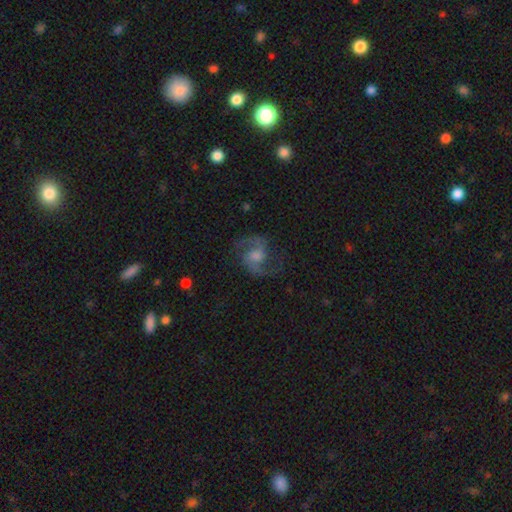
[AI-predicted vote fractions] Smooth or featured?
  - featured or disk: 84% *
  - smooth: 9%
  - star or artifact: 8%
Edge-on disk?
  - no: 98% *
  - yes: 2%
Bar?
  - weak: 46% *
  - no: 43%
  - strong: 11%
Spiral arms?
  - yes: 96% *
  - no: 4%
Spiral winding?
  - medium: 56% *
  - loose: 33%
  - tight: 11%
Spiral arm count?
  - 2: 92% *
  - can't tell: 3%
  - 1: 2%
  - 3: 1%
  - 4: 1%
  - more than 4: 1%
Bulge size?
  - moderate: 43% *
  - small: 26%
  - large: 15%
  - none: 14%
  - dominant: 2%
Merging?
  - none: 76% *
  - minor disturbance: 14%
  - major disturbance: 9%
  - merger: 1%